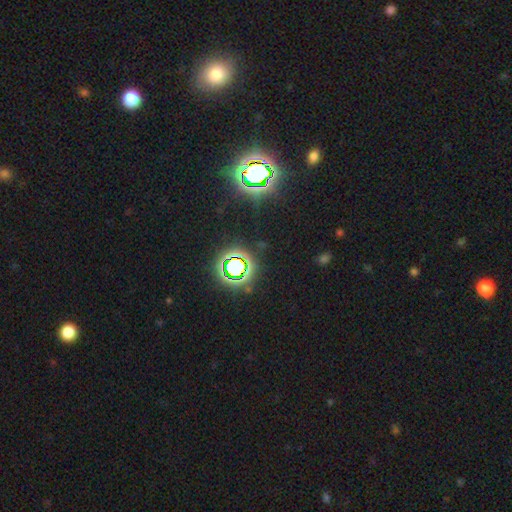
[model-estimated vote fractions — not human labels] Smooth or featured? star or artifact (80%)